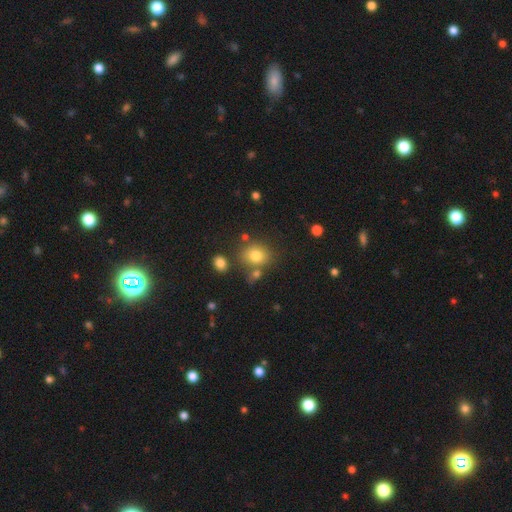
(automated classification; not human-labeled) smooth-or-featured: smooth: 77% | star or artifact: 13% | featured or disk: 10%
  how-rounded: round: 60% | in between: 39% | cigar-shaped: 1%
  merging: none: 68% | merger: 14% | minor disturbance: 13% | major disturbance: 5%